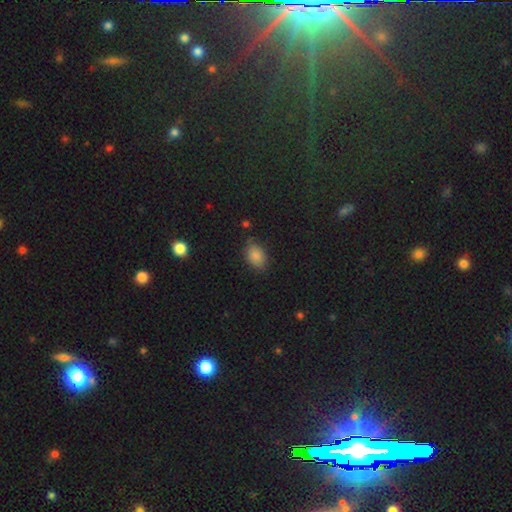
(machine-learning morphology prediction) Q: Smooth or featured?
A: smooth (84%); runner-up: star or artifact (10%)
Q: How rounded?
A: in between (84%); runner-up: round (15%)
Q: Merging?
A: none (77%); runner-up: minor disturbance (17%)